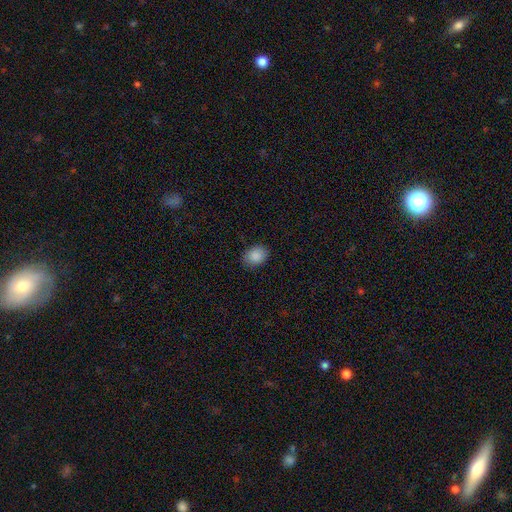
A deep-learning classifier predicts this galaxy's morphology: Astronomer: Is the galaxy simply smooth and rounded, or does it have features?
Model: smooth — 88%.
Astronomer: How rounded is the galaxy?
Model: in between — 64%.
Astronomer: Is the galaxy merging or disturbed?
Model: none — 86%.